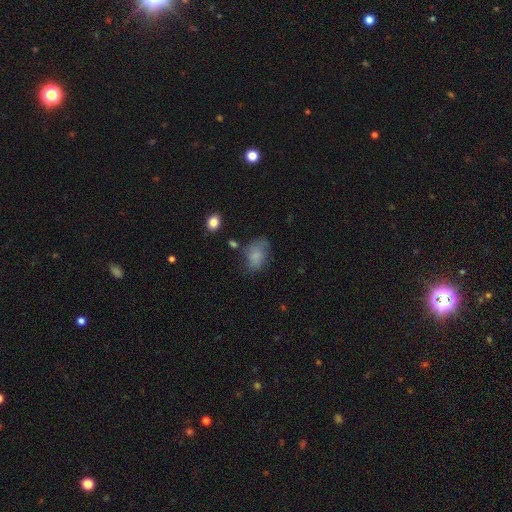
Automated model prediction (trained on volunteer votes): smooth_or_featured: smooth (p=0.76) [alt: featured or disk p=0.14]
how_rounded: in between (p=0.82) [alt: round p=0.16]
merging: none (p=0.52) [alt: minor disturbance p=0.30]